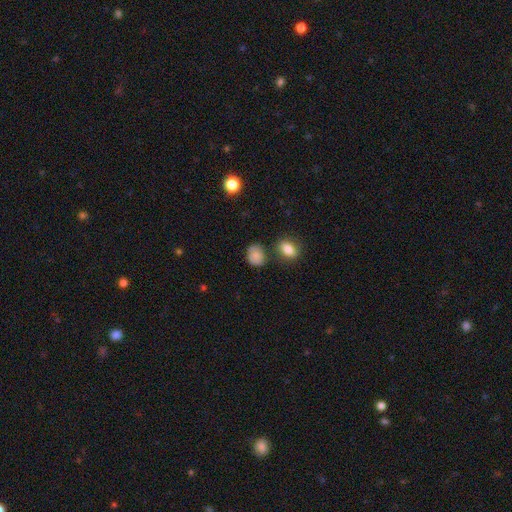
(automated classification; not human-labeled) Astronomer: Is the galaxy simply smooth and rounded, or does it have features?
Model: smooth — 84%.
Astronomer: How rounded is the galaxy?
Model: round — 53% (runner-up: in between, 46%).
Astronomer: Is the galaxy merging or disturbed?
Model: none — 64%.